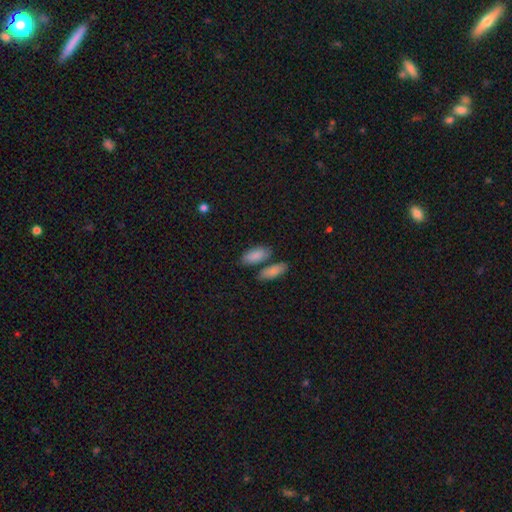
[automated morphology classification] A smooth galaxy with no disk features (85%) that is in between round and cigar-shaped (87%). Merging: none (62%).